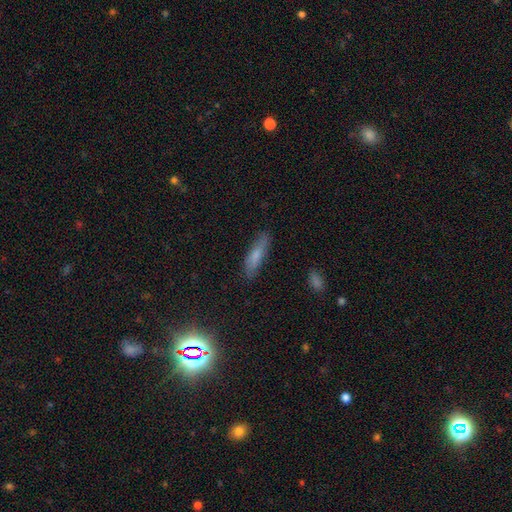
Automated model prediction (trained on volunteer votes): This appears to be a smooth galaxy with no disk features (71%) that is cigar-shaped (70%). Merging: none (82%).